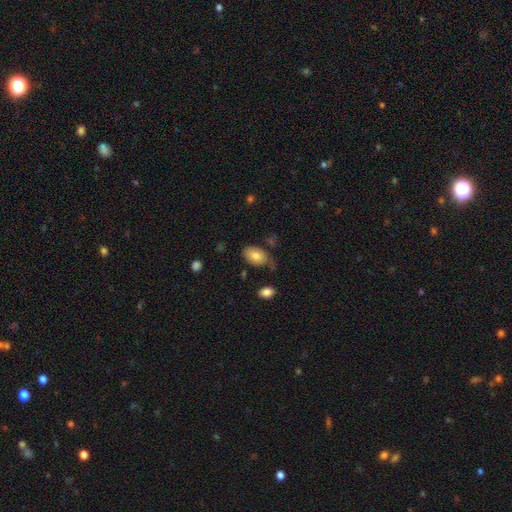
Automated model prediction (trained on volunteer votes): Smooth or featured: smooth — 80% (featured or disk — 12%)
How rounded: in between — 90% (round — 9%)
Merging: none — 60% (minor disturbance — 26%)